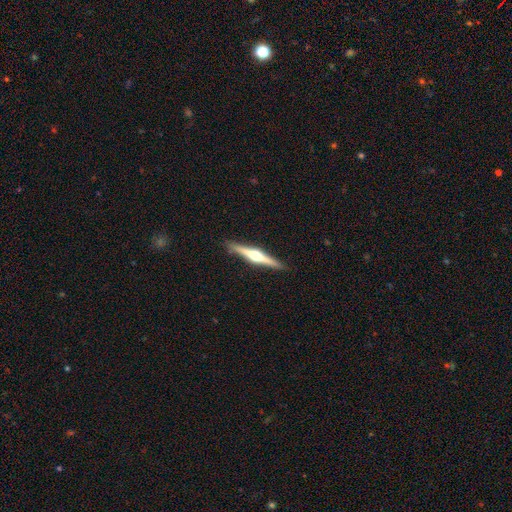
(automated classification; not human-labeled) Smooth or featured?
  - featured or disk: 79% *
  - smooth: 16%
  - star or artifact: 5%
Edge-on disk?
  - yes: 98% *
  - no: 2%
Edge-on bulge?
  - rounded: 95% *
  - boxy: 3%
  - none: 2%
Merging?
  - none: 91% *
  - minor disturbance: 6%
  - major disturbance: 1%
  - merger: 1%